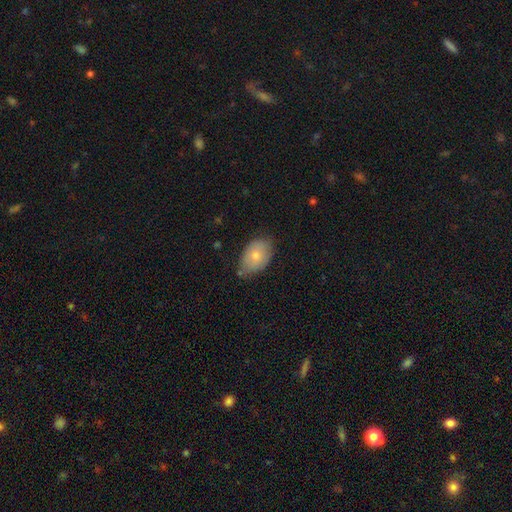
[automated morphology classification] smooth 73%, featured or disk 20%, star or artifact 7%. Down the decision tree: how rounded — in between (87%); merging — none (64%).